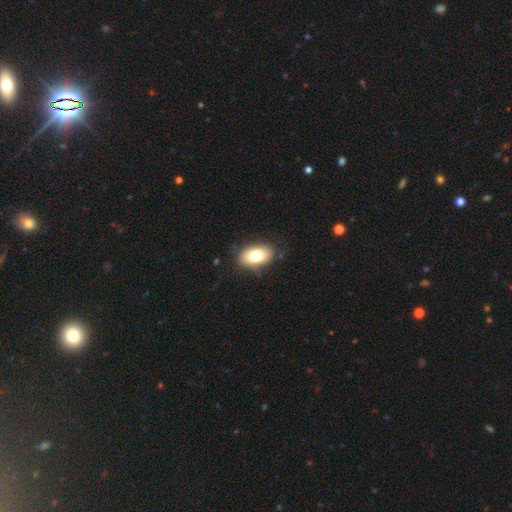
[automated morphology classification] A smooth galaxy with no disk features (80%) that is in between round and cigar-shaped (92%).

Vote fractions:
- Smooth or featured? smooth: 80% / featured or disk: 12% / star or artifact: 8%
- How rounded? in between: 92% / round: 6% / cigar-shaped: 2%
- Merging? none: 81% / minor disturbance: 14% / major disturbance: 3% / merger: 1%